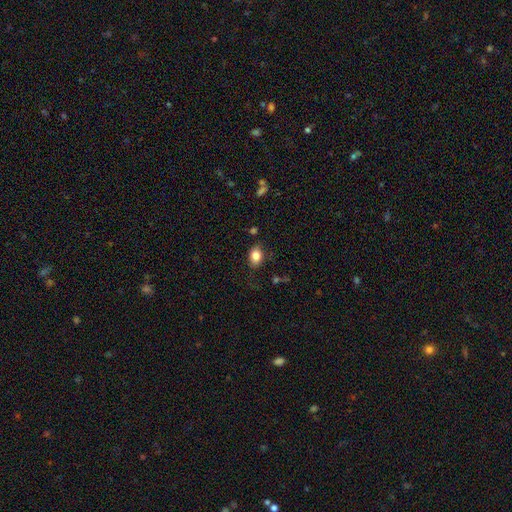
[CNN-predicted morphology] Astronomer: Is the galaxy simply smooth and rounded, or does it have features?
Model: smooth — 83%.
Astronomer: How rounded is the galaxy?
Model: in between — 76%.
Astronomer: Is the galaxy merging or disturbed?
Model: none — 79%.